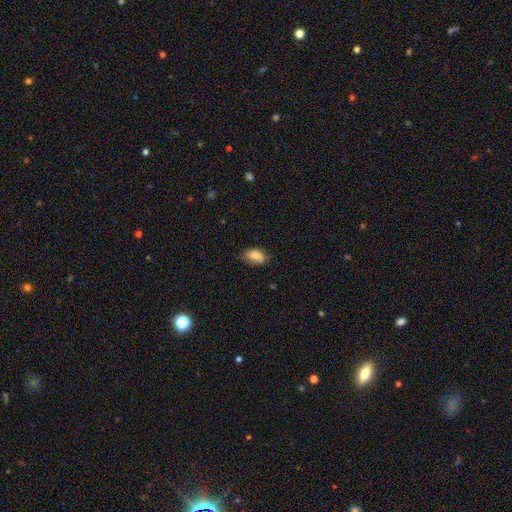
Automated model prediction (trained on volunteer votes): Q: Smooth or featured?
A: smooth (81%); runner-up: featured or disk (11%)
Q: How rounded?
A: in between (89%); runner-up: round (9%)
Q: Merging?
A: none (60%); runner-up: minor disturbance (31%)